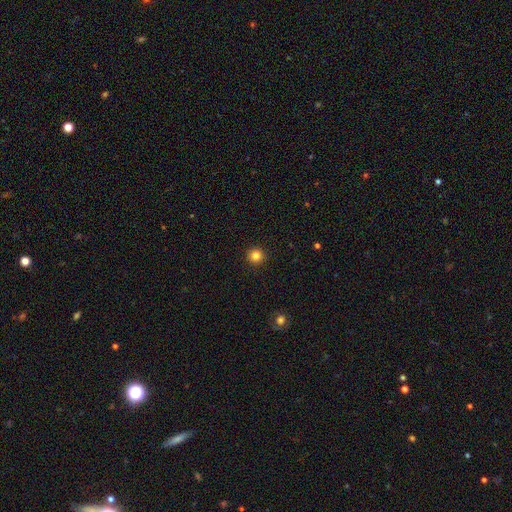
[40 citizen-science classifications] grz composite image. It shows a smooth galaxy with no disk features (85%) that is round (100%). Merging: none (94%).